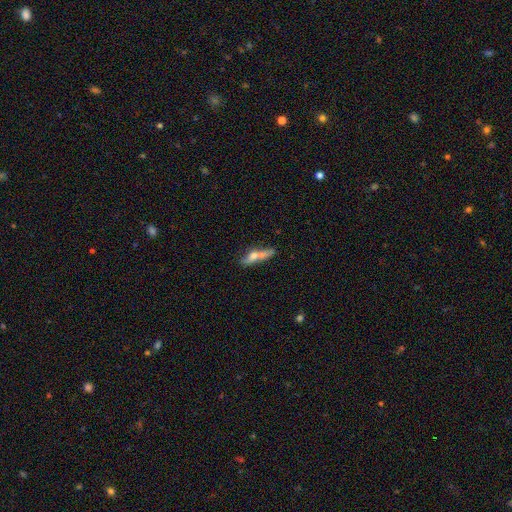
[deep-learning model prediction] Morphology: type=smooth (50%); roundness=cigar-shaped (71%); merging=none (41%).